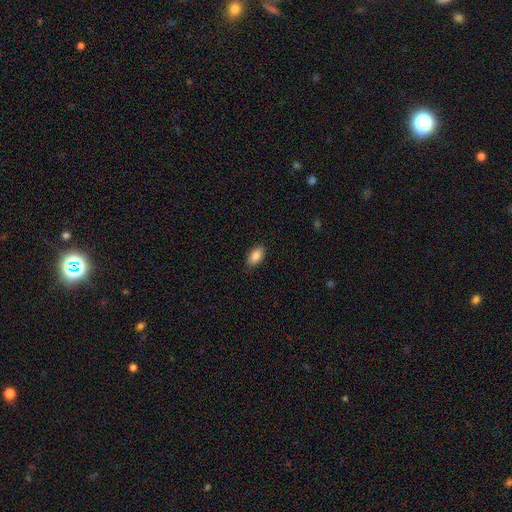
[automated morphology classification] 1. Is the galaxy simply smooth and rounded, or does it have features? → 86% smooth, 7% featured or disk, 7% star or artifact.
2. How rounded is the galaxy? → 92% in between, 5% cigar-shaped, 4% round.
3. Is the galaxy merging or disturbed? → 87% none, 10% minor disturbance, 2% major disturbance, 1% merger.